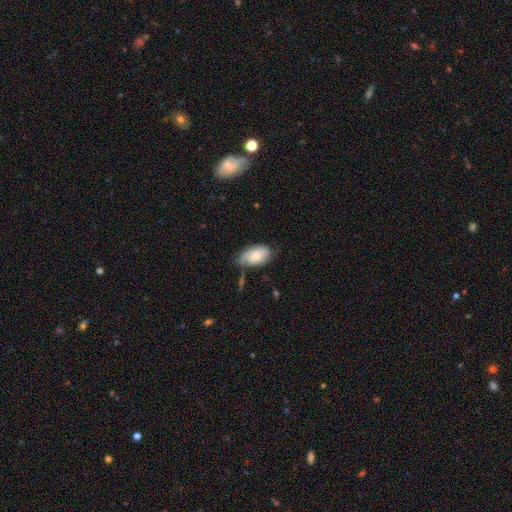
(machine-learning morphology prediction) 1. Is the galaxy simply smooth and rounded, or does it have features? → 58% smooth, 35% featured or disk, 7% star or artifact.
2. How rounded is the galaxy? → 92% in between, 6% round, 2% cigar-shaped.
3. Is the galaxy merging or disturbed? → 51% none, 31% minor disturbance, 12% major disturbance, 6% merger.